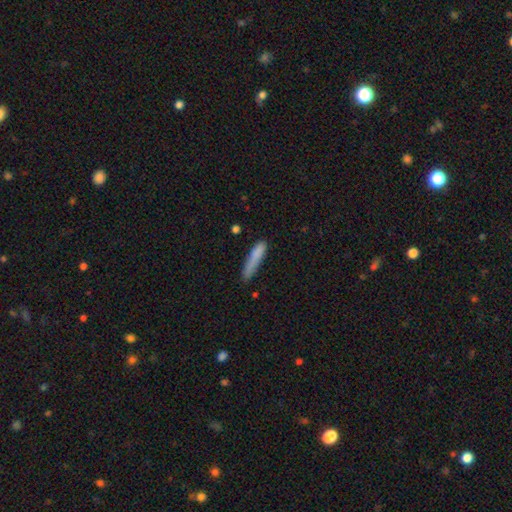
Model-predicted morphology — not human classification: type=smooth (81%); roundness=cigar-shaped (88%); merging=none (65%).